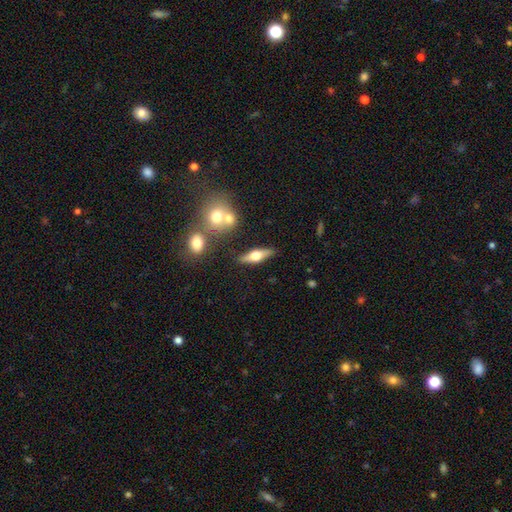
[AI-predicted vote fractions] Morphology: type=featured or disk (59%); edge-on=yes (92%); edge-on bulge=rounded (95%); merging=none (82%).